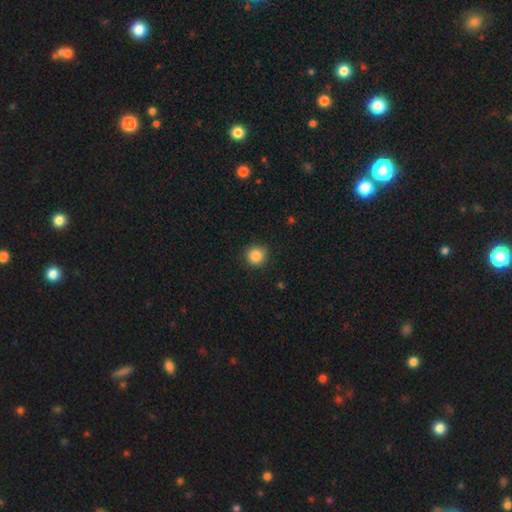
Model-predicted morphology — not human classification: This is clearly a smooth galaxy (86%). How rounded: clearly round (93%). Merging: clearly none (88%).